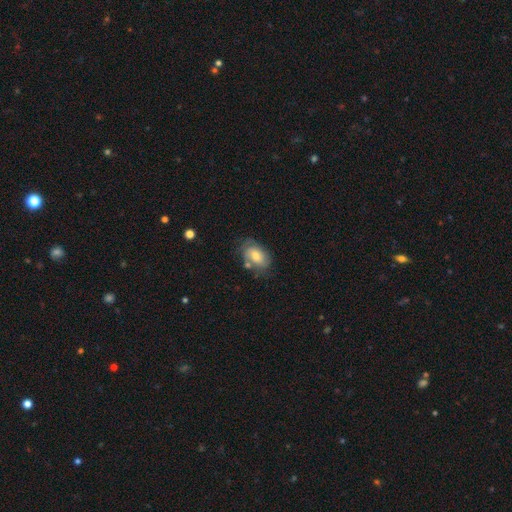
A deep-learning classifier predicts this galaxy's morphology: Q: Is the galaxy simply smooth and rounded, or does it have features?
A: smooth — 57%.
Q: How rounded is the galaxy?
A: in between — 87%.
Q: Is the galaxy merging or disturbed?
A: none — 61%.